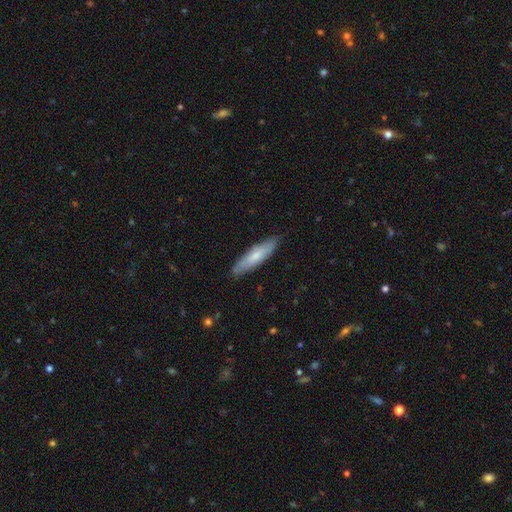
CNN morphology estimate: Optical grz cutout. It shows a smooth galaxy with no disk features (70%) that is cigar-shaped (74%). Merging: none (86%).